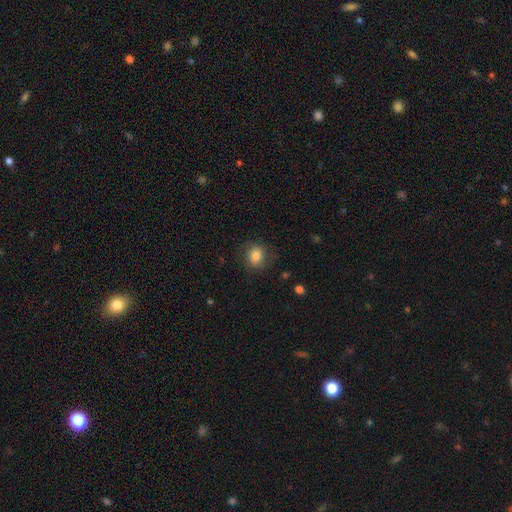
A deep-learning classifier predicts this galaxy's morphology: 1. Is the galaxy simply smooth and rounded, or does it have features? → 80% smooth, 10% featured or disk, 9% star or artifact.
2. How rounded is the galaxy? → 66% round, 33% in between, 1% cigar-shaped.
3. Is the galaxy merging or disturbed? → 78% none, 15% minor disturbance, 5% major disturbance, 1% merger.